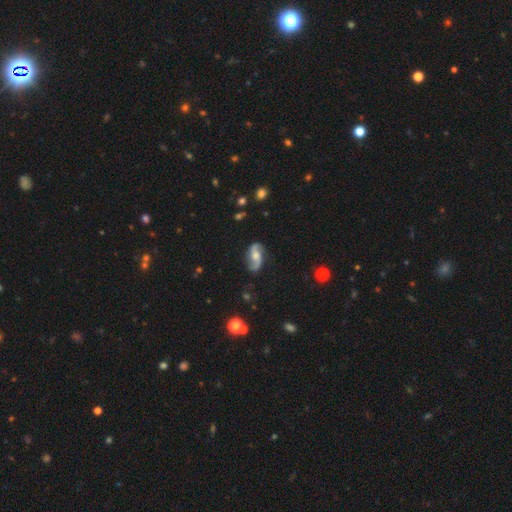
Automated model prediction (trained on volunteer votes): smooth-or-featured: featured or disk: 86% | smooth: 8% | star or artifact: 5%
  disk-edge-on: no: 97% | yes: 3%
    bar: no: 54% | weak: 36% | strong: 10%
    has-spiral-arms: yes: 97% | no: 3%
      spiral-winding: loose: 58% | medium: 33% | tight: 9%
      spiral-arm-count: 2: 94% | can't tell: 2% | 1: 1% | 3: 1% | 4: 1% | more than 4: 1%
    bulge-size: moderate: 57% | small: 23% | large: 12% | none: 7% | dominant: 2%
  merging: none: 82% | minor disturbance: 12% | major disturbance: 4% | merger: 2%